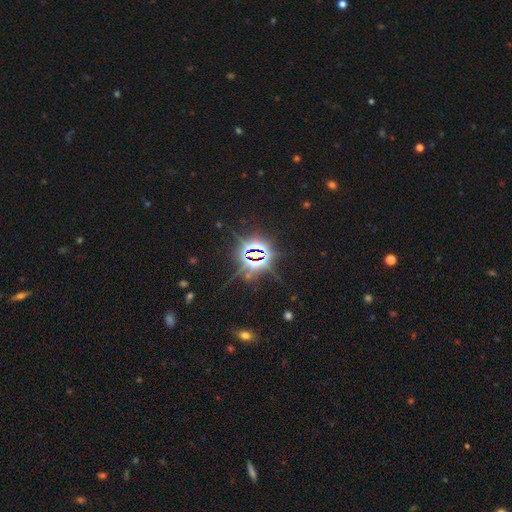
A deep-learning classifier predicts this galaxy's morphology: Smooth or featured? star or artifact (85%)